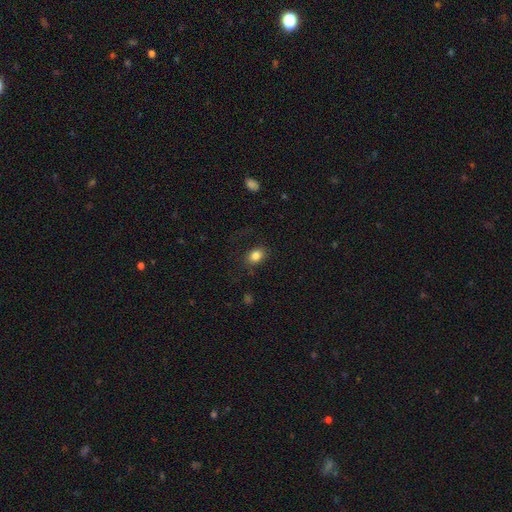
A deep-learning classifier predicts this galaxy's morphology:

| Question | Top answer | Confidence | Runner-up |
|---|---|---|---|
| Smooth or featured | smooth | 83% | star or artifact (10%) |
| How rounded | in between | 70% | round (29%) |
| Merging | none | 80% | minor disturbance (13%) |